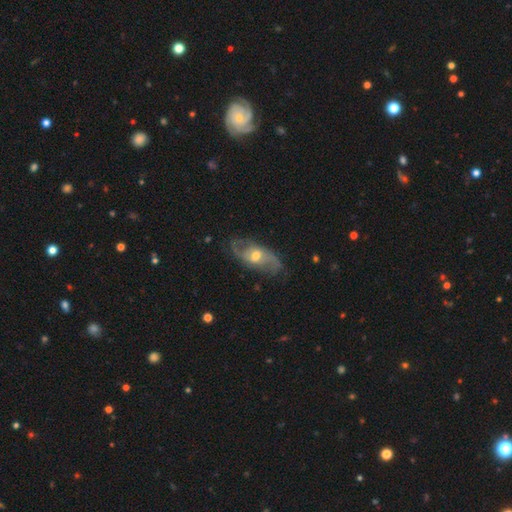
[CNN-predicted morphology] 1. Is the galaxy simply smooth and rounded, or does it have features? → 81% featured or disk, 12% smooth, 7% star or artifact.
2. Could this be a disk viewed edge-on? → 91% no, 9% yes.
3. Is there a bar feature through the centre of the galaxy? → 55% no, 36% weak, 9% strong.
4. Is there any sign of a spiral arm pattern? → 90% yes, 10% no.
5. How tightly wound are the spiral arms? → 45% medium, 32% loose, 23% tight.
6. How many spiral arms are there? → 76% 2, 14% can't tell, 4% 3, 3% 1, 2% 4, 2% more than 4.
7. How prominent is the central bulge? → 70% moderate, 22% small, 6% large, 1% none, 1% dominant.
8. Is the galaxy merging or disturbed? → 76% none, 17% minor disturbance, 6% major disturbance, 1% merger.